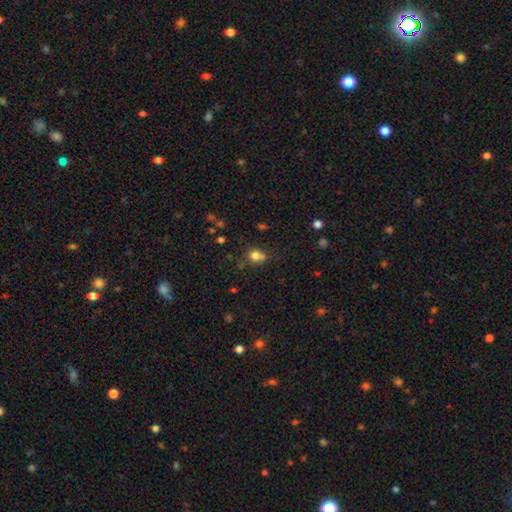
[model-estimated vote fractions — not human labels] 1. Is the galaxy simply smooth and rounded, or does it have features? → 77% smooth, 13% star or artifact, 9% featured or disk.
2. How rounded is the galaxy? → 66% round, 33% in between, 1% cigar-shaped.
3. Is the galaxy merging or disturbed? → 53% none, 22% merger, 19% minor disturbance, 6% major disturbance.